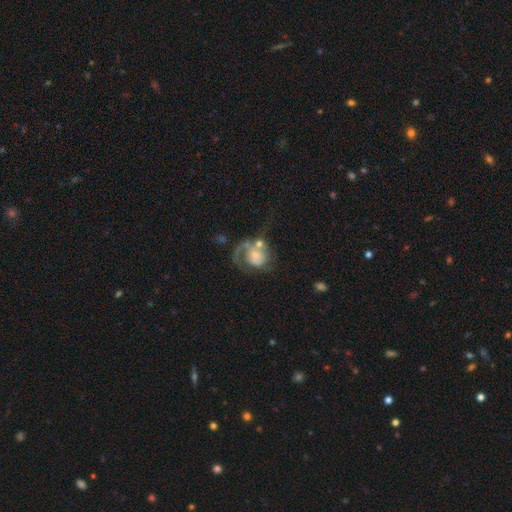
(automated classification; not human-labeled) Morphology: type=featured or disk (66%); edge-on=no (98%); bar=no (74%); spiral arms=yes (74%); bulge=small (47%); merging=major disturbance (36%).